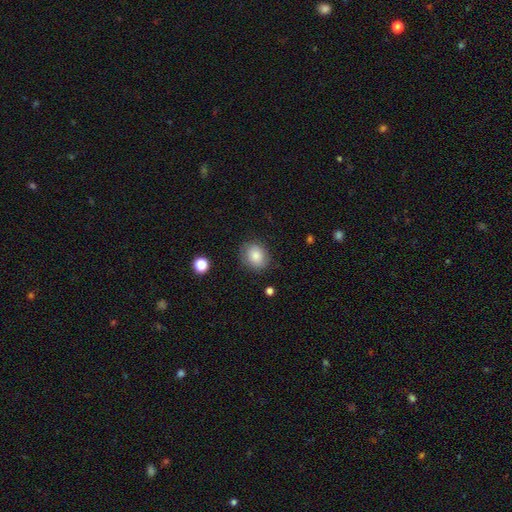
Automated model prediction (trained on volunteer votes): A smooth galaxy with no disk features (81%) that is round (57%).

Vote fractions:
- Smooth or featured? smooth: 81% / featured or disk: 10% / star or artifact: 9%
- How rounded? round: 57% / in between: 42% / cigar-shaped: 1%
- Merging? none: 81% / minor disturbance: 14% / major disturbance: 4% / merger: 1%